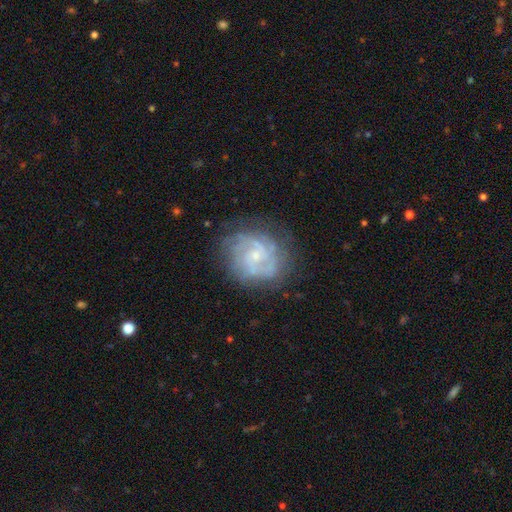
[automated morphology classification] Smooth or featured? Predicted: featured or disk (p=0.80). Edge-on disk? Predicted: no (p=0.98). Bar? Predicted: no (p=0.60). Spiral arms? Predicted: yes (p=0.92). Spiral winding? Predicted: tight (p=0.60). Spiral arm count? Predicted: can't tell (p=0.35). Bulge size? Predicted: small (p=0.68). Merging? Predicted: none (p=0.74).